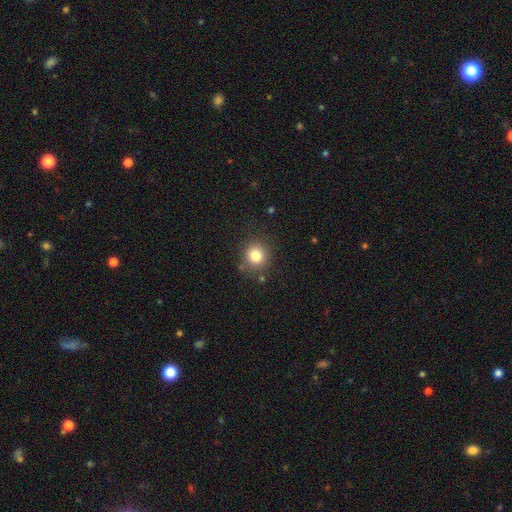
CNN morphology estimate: smooth_or_featured: smooth (p=0.81) [alt: star or artifact p=0.12]
how_rounded: round (p=0.90) [alt: in between p=0.09]
merging: none (p=0.84) [alt: minor disturbance p=0.09]